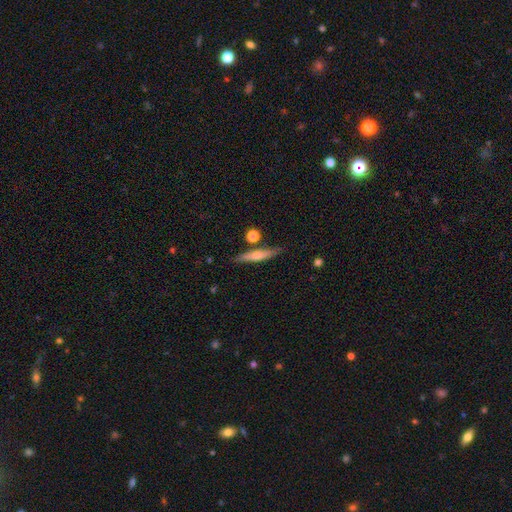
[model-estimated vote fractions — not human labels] smooth-or-featured: featured or disk: 52% | smooth: 41% | star or artifact: 7%
  disk-edge-on: yes: 94% | no: 6%
  merging: none: 81% | minor disturbance: 11% | merger: 5% | major disturbance: 2%